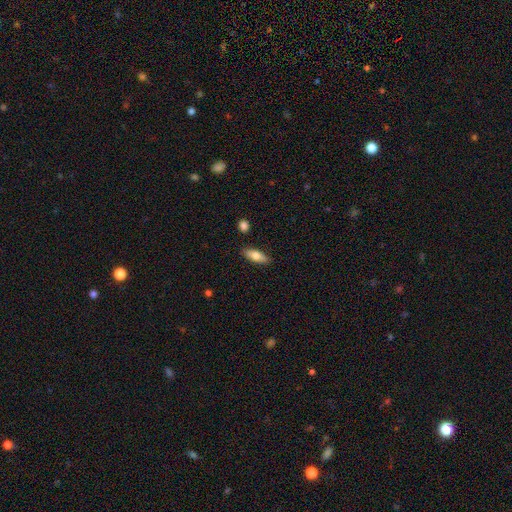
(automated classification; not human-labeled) smooth_or_featured: smooth (p=0.71) [alt: featured or disk p=0.23]
how_rounded: in between (p=0.68) [alt: cigar-shaped p=0.29]
merging: none (p=0.87) [alt: minor disturbance p=0.09]